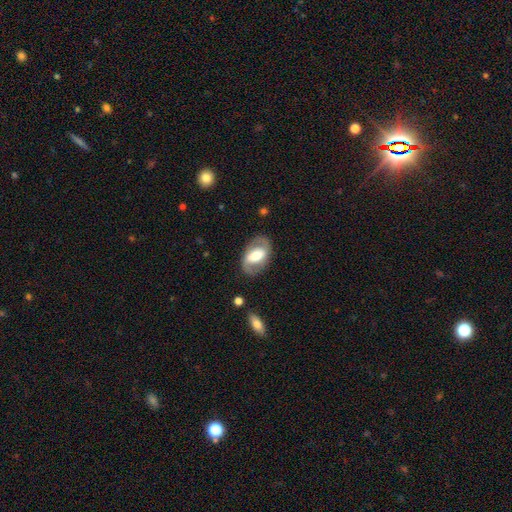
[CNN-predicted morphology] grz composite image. It shows a featured or disk galaxy (63%) with a strong bar (41%), spiral arms (65%) and a moderate central bulge (54%). Merging: none (79%).